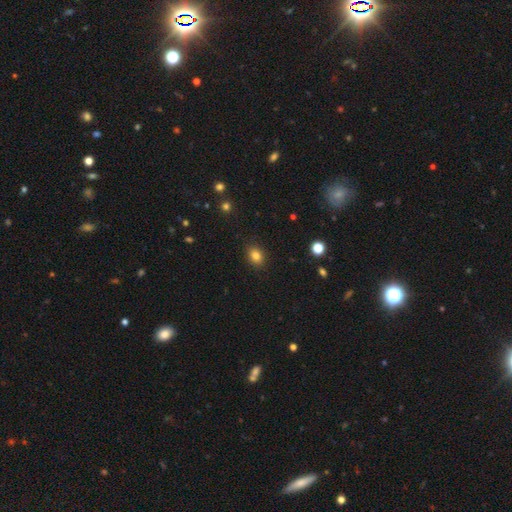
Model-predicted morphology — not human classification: Smooth or featured? smooth (83%)
How rounded? in between (61%)
Merging? none (88%)